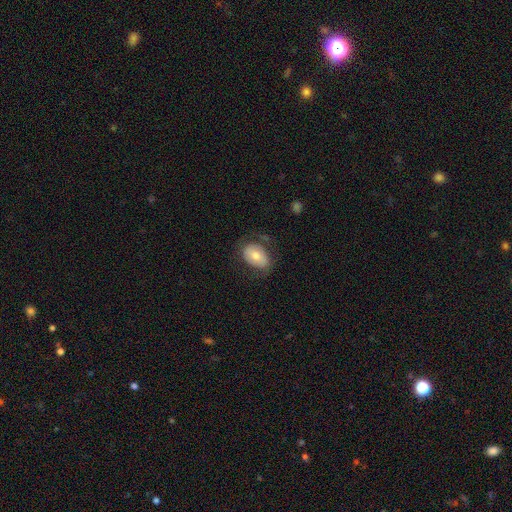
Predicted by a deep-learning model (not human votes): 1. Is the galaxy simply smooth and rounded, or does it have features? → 70% smooth, 22% featured or disk, 7% star or artifact.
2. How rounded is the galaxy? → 87% in between, 12% round, 1% cigar-shaped.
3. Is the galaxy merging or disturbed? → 67% none, 20% minor disturbance, 11% major disturbance, 2% merger.